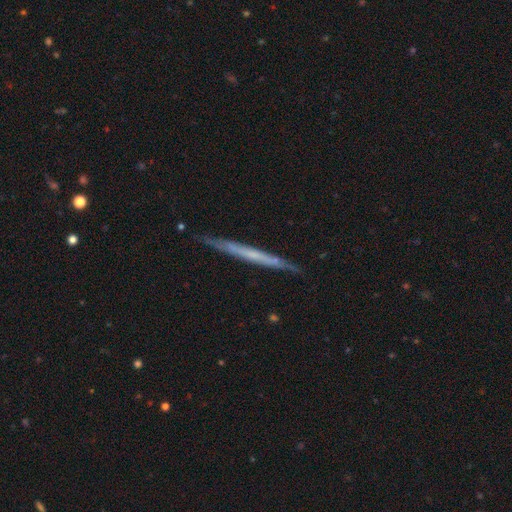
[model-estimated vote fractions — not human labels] This appears to be a featured or disk galaxy (57%) viewed edge-on (97%) with no central bulge (86%). Merging: none (90%).